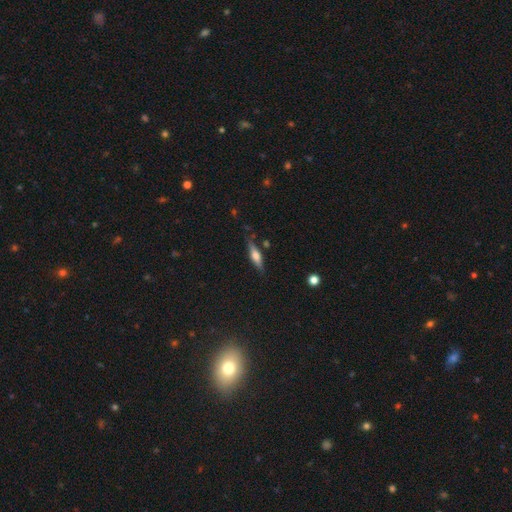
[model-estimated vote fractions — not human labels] This appears to be a featured or disk galaxy (49%). Merging: none (78%).